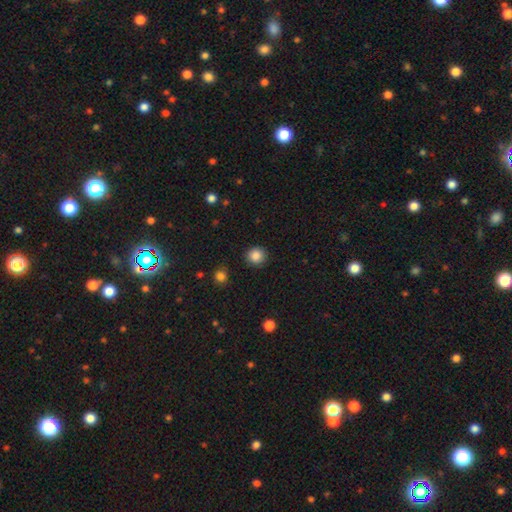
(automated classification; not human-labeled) Smooth or featured: smooth — 87% (star or artifact — 10%)
How rounded: round — 93% (in between — 6%)
Merging: none — 91% (minor disturbance — 6%)